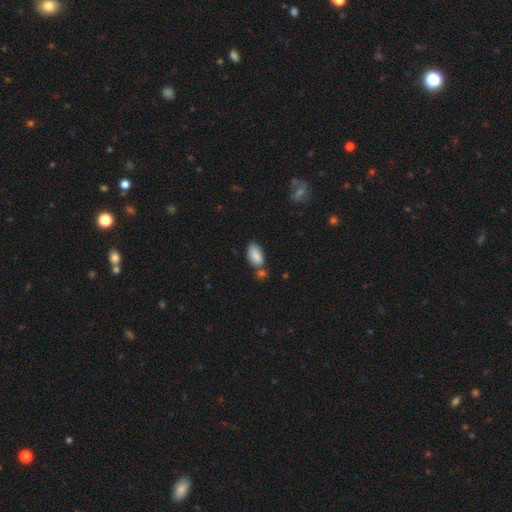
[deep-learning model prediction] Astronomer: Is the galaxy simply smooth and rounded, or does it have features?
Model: smooth — 86%.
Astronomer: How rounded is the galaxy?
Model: in between — 93%.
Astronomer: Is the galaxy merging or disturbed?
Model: none — 51%.